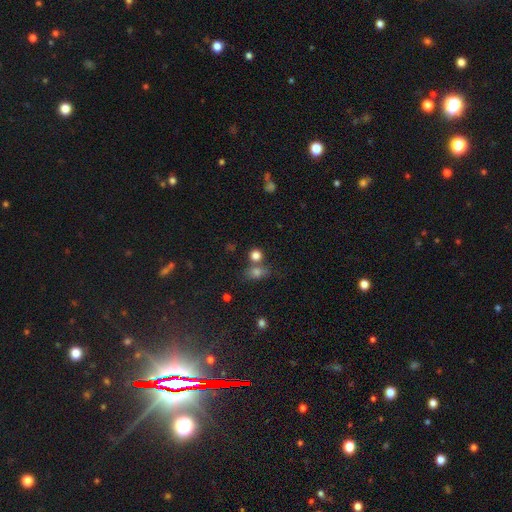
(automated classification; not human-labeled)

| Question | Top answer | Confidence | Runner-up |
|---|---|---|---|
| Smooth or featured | smooth | 78% | star or artifact (15%) |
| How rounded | round | 73% | in between (25%) |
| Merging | none | 58% | merger (27%) |